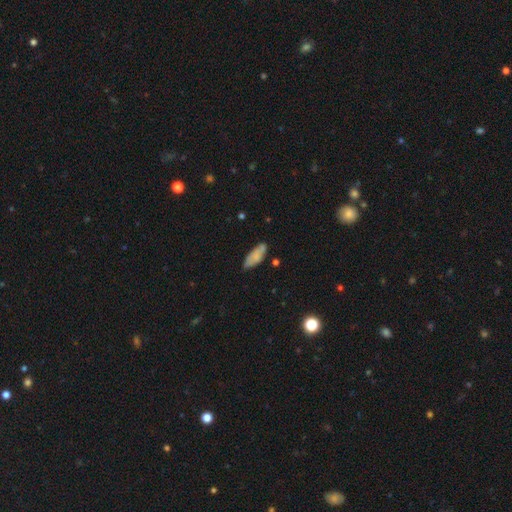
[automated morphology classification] A smooth galaxy with no disk features (76%) that is in between round and cigar-shaped (69%). Merging: none (69%).